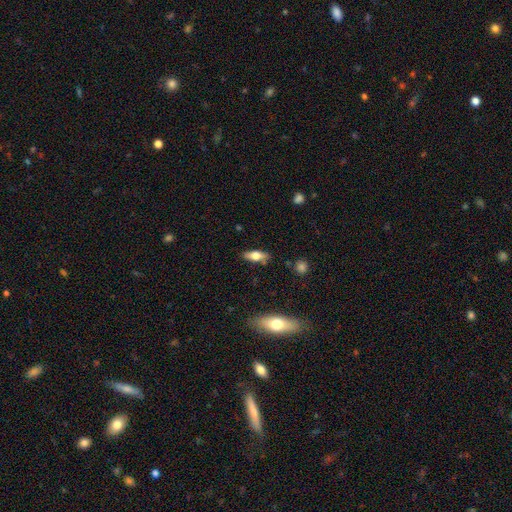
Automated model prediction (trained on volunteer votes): This is possibly a smooth galaxy (58%). How rounded: likely in between (66%). Merging: clearly none (83%).